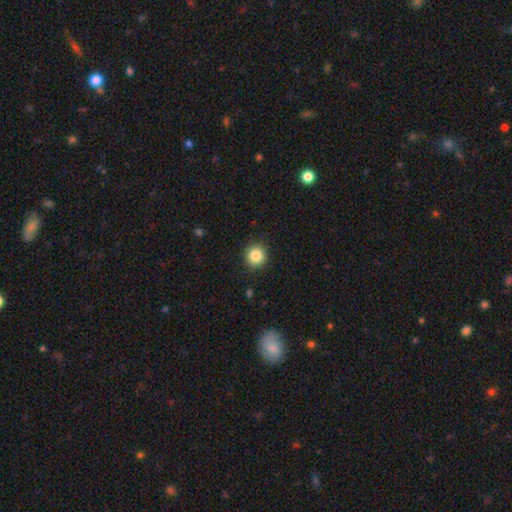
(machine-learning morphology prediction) A smooth galaxy with no disk features (86%) that is round (92%). Merging: none (90%).